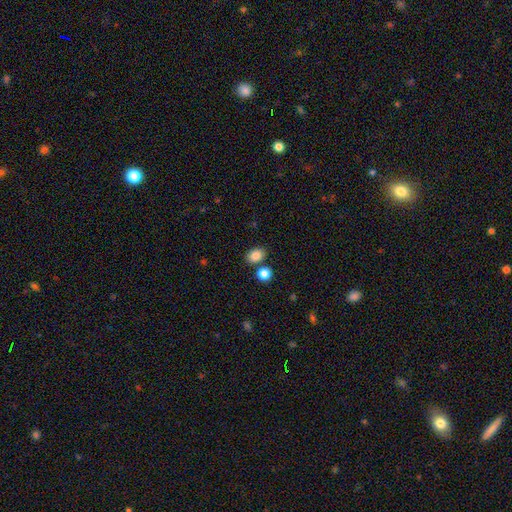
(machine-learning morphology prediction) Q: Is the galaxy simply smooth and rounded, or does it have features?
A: smooth — 86%.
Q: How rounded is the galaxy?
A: in between — 68%.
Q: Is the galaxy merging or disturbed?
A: none — 74%.